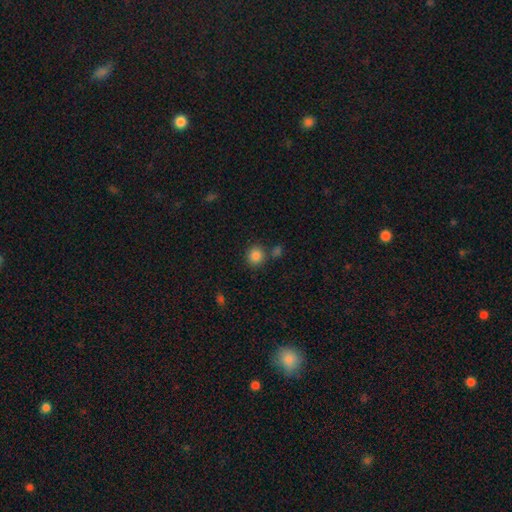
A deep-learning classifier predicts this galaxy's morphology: Smooth or featured? smooth (85%)
How rounded? round (87%)
Merging? none (77%)